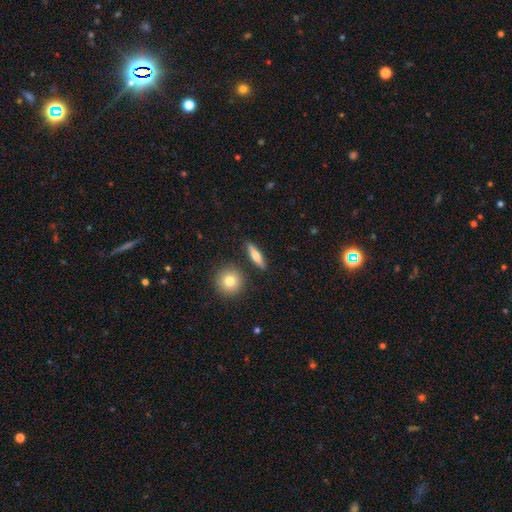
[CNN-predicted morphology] Smooth or featured? Predicted: smooth (p=0.61). How rounded? Predicted: cigar-shaped (p=0.67). Merging? Predicted: none (p=0.87).